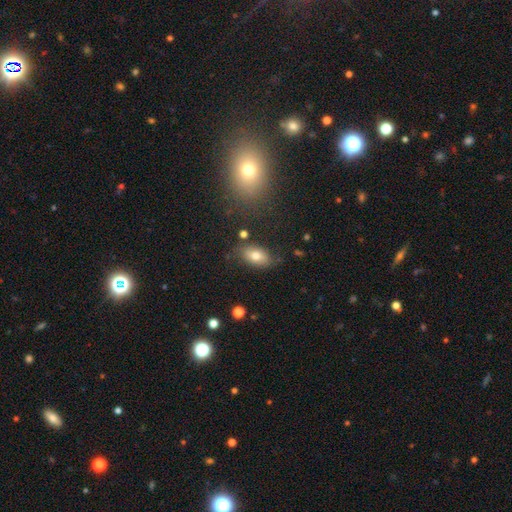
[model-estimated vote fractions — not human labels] Smooth or featured: smooth — 75% (featured or disk — 15%)
How rounded: in between — 89% (round — 8%)
Merging: none — 75% (minor disturbance — 16%)